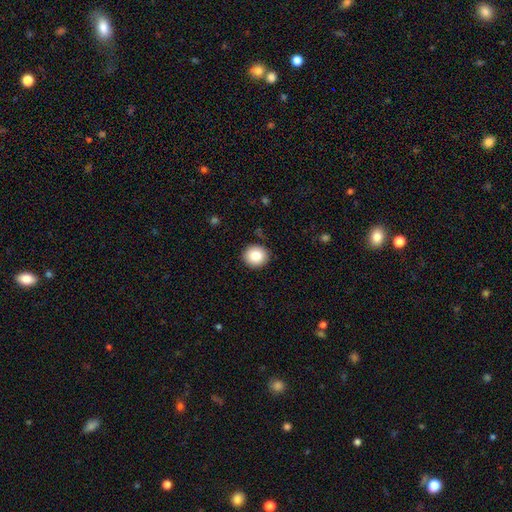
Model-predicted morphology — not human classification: type=smooth (85%); roundness=round (86%); merging=none (90%).